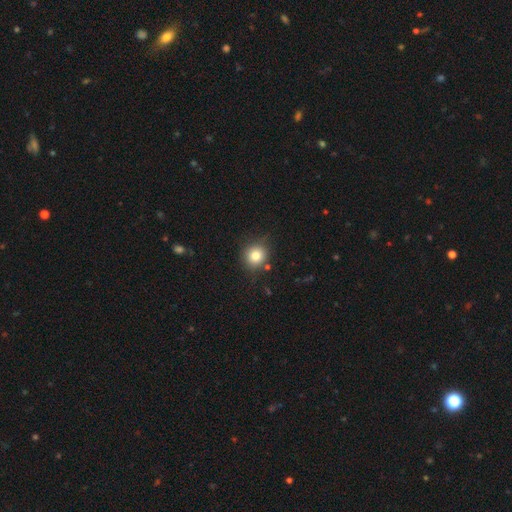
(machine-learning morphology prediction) smooth-or-featured: smooth: 81% | star or artifact: 11% | featured or disk: 8%
  how-rounded: round: 89% | in between: 10% | cigar-shaped: 1%
  merging: none: 82% | minor disturbance: 12% | merger: 3% | major disturbance: 3%